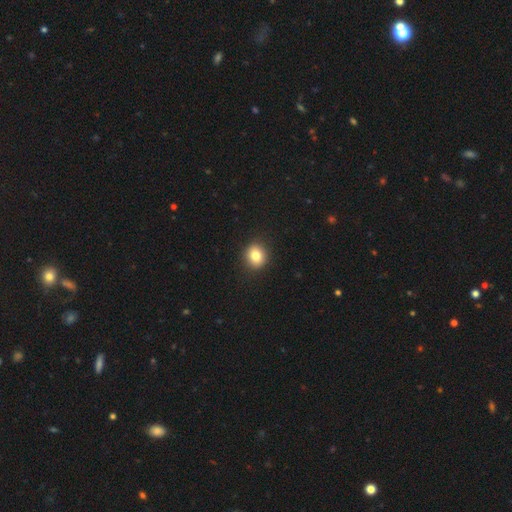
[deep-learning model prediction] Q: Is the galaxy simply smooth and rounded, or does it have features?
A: smooth — 82%.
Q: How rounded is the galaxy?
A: round — 76%.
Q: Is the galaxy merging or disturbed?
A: none — 90%.